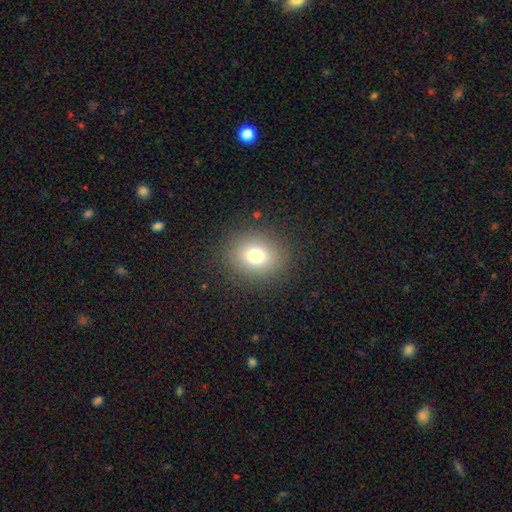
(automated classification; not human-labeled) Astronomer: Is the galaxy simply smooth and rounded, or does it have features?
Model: smooth — 75%.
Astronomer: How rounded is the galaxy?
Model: round — 69%.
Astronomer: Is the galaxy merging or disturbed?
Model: none — 88%.